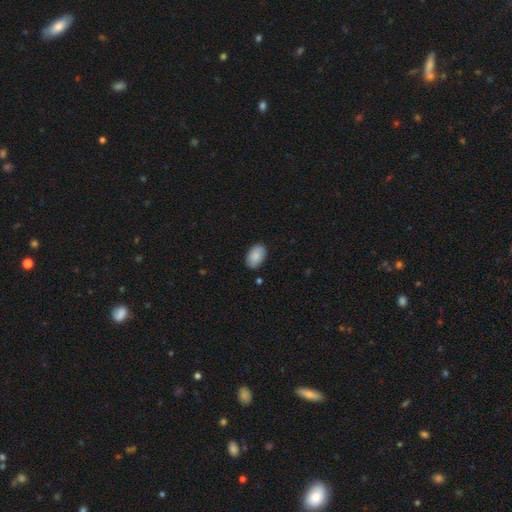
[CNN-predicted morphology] smooth 87%, featured or disk 6%, star or artifact 6%. Down the decision tree: how rounded — in between (92%); merging — none (85%).